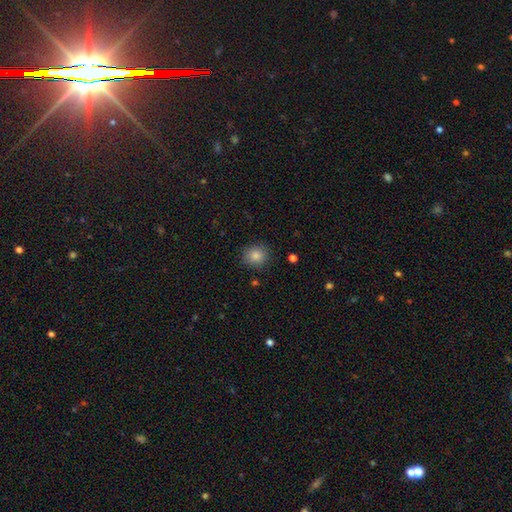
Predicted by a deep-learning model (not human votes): Overall: smooth (84%). How rounded: round (85%). Merging: none (87%).